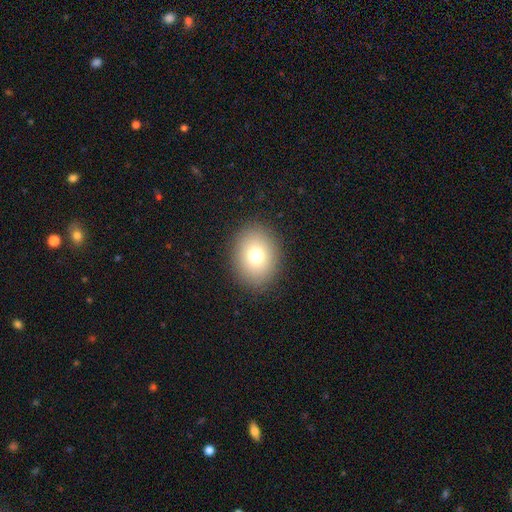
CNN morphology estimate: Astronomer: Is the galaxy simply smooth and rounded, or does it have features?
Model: smooth — 75%.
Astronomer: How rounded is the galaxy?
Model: round — 52% (runner-up: in between, 47%).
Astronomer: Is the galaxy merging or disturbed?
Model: none — 89%.